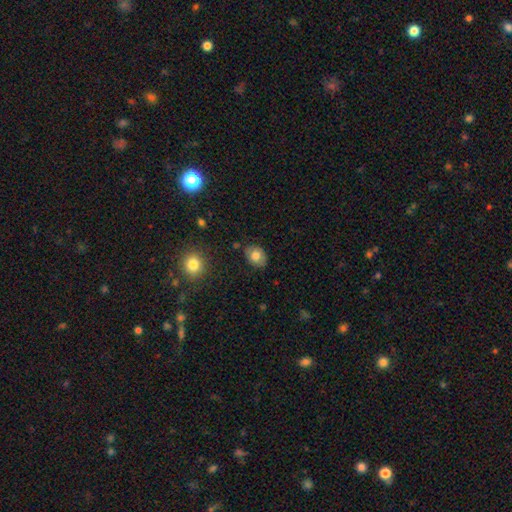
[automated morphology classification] Smooth or featured: smooth — 77% (featured or disk — 14%)
How rounded: in between — 62% (round — 37%)
Merging: none — 83% (minor disturbance — 13%)